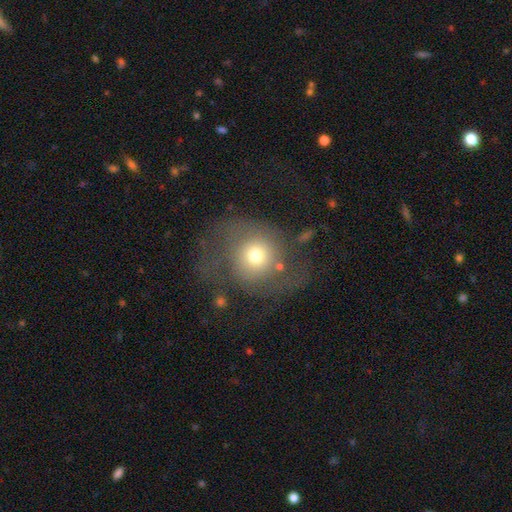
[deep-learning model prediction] This is likely a smooth galaxy (61%). How rounded: clearly round (84%). Merging: marginally none (41%).